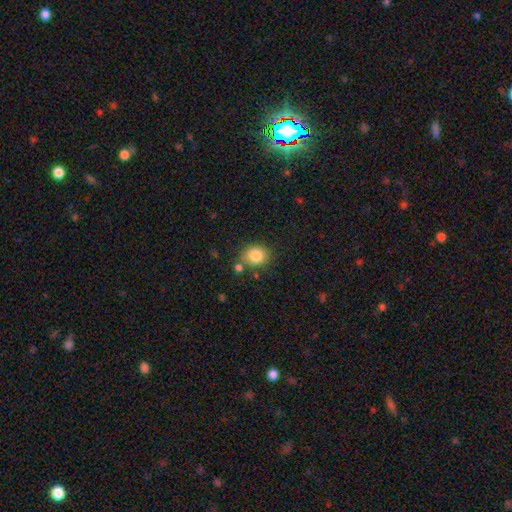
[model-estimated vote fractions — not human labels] Smooth or featured? Predicted: smooth (p=0.83). How rounded? Predicted: round (p=0.64). Merging? Predicted: none (p=0.71).